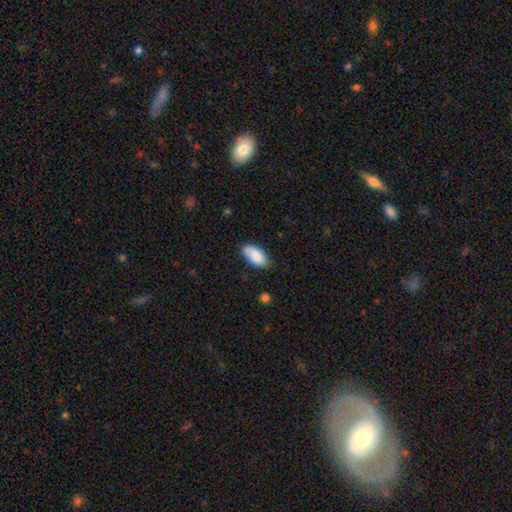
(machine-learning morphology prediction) This appears to be a smooth galaxy with no disk features (85%) that is in between round and cigar-shaped (93%). Merging: none (78%).